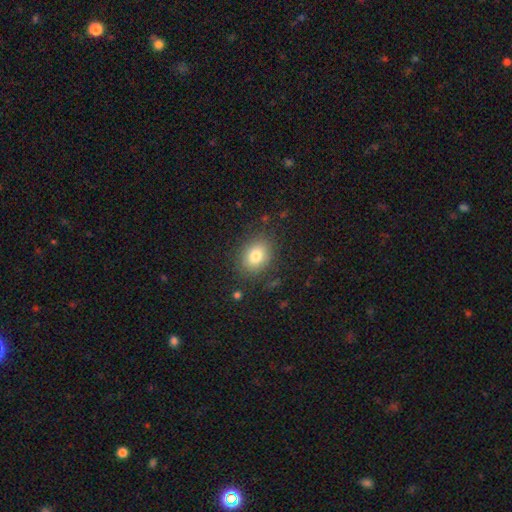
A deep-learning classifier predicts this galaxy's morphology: Q: Smooth or featured?
A: smooth (79%); runner-up: star or artifact (11%)
Q: How rounded?
A: in between (53%); runner-up: round (46%)
Q: Merging?
A: none (83%); runner-up: minor disturbance (12%)